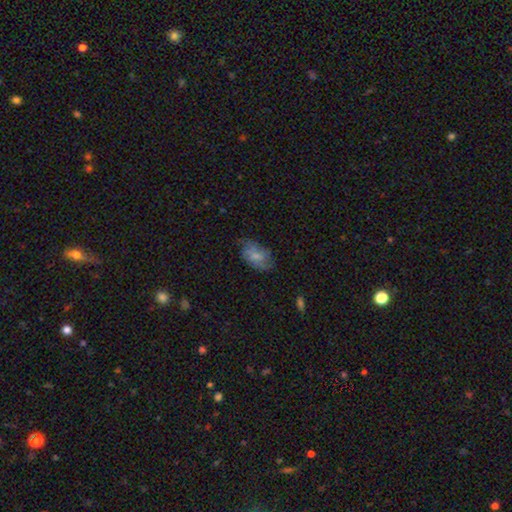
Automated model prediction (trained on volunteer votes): Smooth or featured? Predicted: smooth (p=0.58). How rounded? Predicted: in between (p=0.89). Merging? Predicted: none (p=0.58).